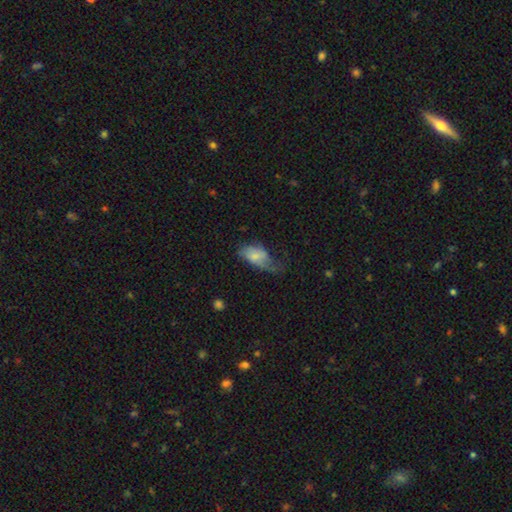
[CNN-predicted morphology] A smooth galaxy with no disk features (62%) that is in between round and cigar-shaped (92%). Merging: major disturbance (41%).